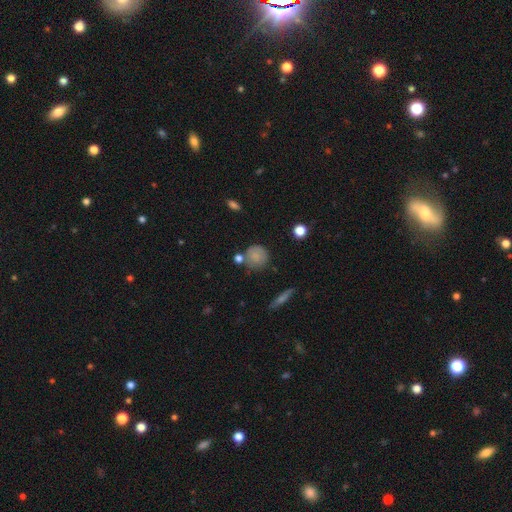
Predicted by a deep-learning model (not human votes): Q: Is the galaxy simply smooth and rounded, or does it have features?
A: smooth — 77%.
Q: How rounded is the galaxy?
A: round — 86%.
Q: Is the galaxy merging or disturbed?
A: none — 66%.